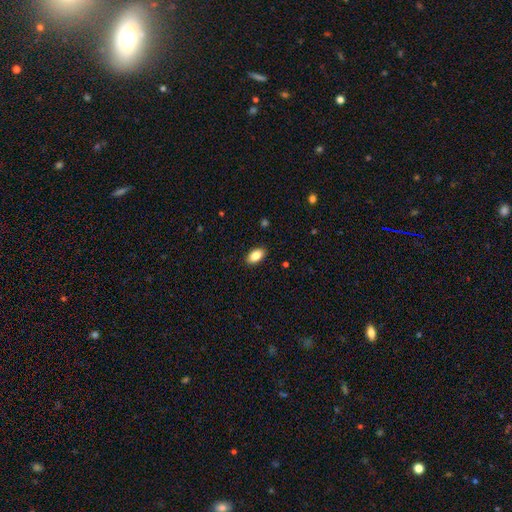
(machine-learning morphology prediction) Q: Smooth or featured?
A: smooth (86%); runner-up: star or artifact (7%)
Q: How rounded?
A: in between (92%); runner-up: round (5%)
Q: Merging?
A: none (89%); runner-up: minor disturbance (8%)